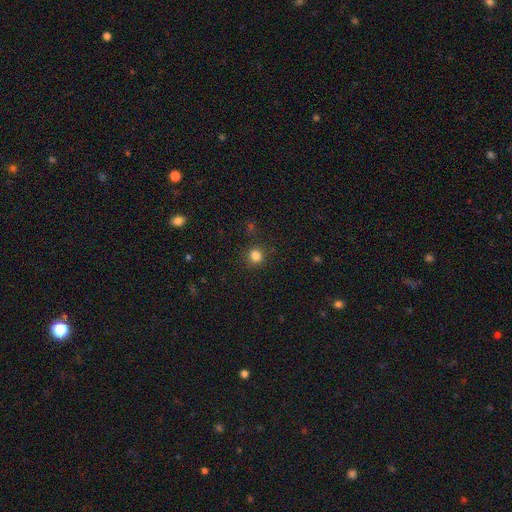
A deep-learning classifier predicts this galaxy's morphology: The model was most divided on "smooth or featured": smooth: 82%, star or artifact: 13%, featured or disk: 5%. More confident: how rounded — round (92%); merging — none (88%).